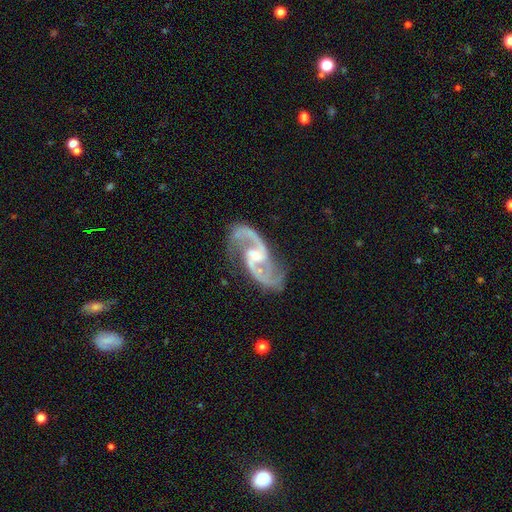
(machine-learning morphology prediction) A featured or disk galaxy (94%) with a weak bar (55%), 2 (94%) medium (54%) spiral arms (98%) and a small central bulge (49%).

Vote fractions:
- Smooth or featured? featured or disk: 94% / star or artifact: 4% / smooth: 2%
- Edge-on disk? no: 98% / yes: 2%
- Bar? weak: 55% / no: 23% / strong: 22%
- Spiral arms? yes: 98% / no: 2%
- Spiral winding? medium: 54% / loose: 37% / tight: 9%
- Spiral arm count? 2: 94% / 3: 1% / can't tell: 1% / 1: 1% / 4: 1% / more than 4: 1%
- Bulge size? small: 49% / moderate: 41% / none: 7% / large: 3% / dominant: 1%
- Merging? none: 74% / minor disturbance: 15% / major disturbance: 8% / merger: 3%